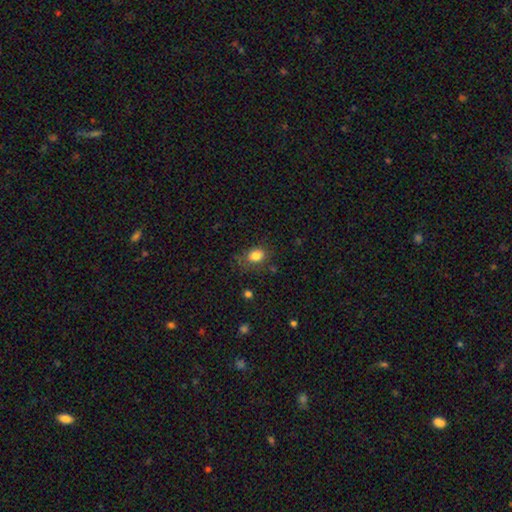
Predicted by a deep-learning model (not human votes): Smooth or featured?
  - smooth: 83% *
  - star or artifact: 11%
  - featured or disk: 6%
How rounded?
  - in between: 58% *
  - round: 41%
  - cigar-shaped: 1%
Merging?
  - none: 71% *
  - minor disturbance: 20%
  - major disturbance: 7%
  - merger: 2%